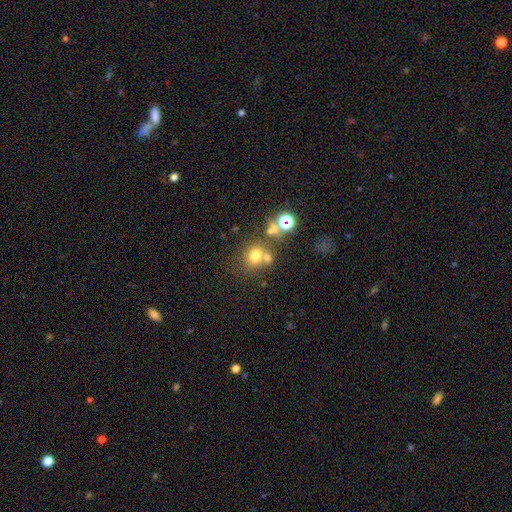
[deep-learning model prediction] This is likely a smooth galaxy (69%). How rounded: likely round (76%). Merging: possibly none (55%).